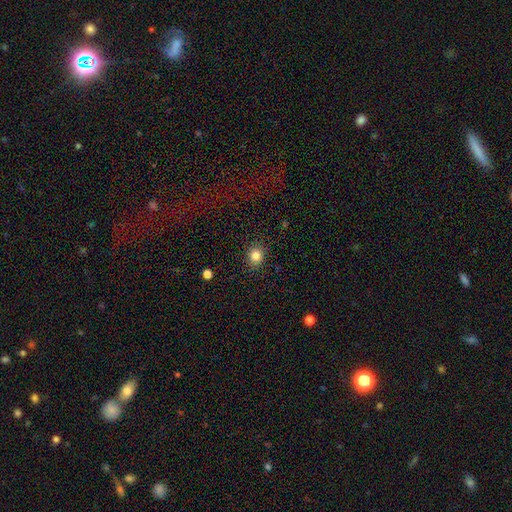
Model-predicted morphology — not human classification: This is clearly a smooth galaxy (83%). How rounded: likely round (72%). Merging: clearly none (89%).